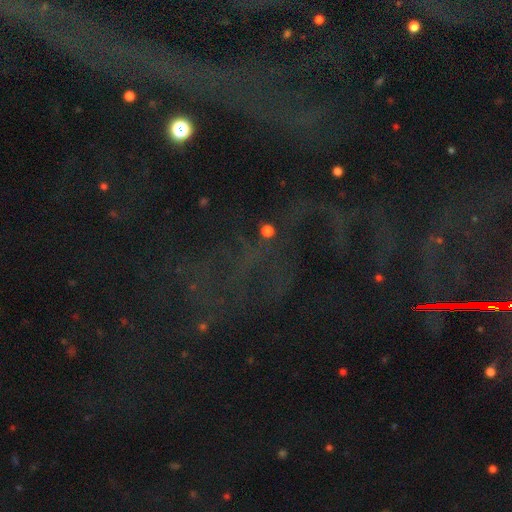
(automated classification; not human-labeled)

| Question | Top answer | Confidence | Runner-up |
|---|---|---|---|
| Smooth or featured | star or artifact | 75% | featured or disk (14%) |